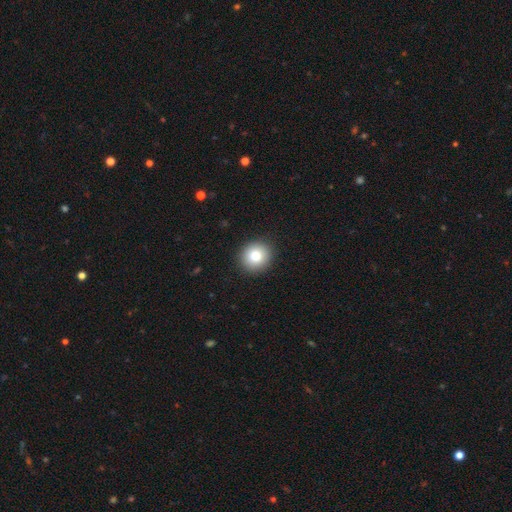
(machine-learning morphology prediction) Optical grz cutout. It shows a smooth galaxy with no disk features (82%) that is round (87%). Merging: none (92%).